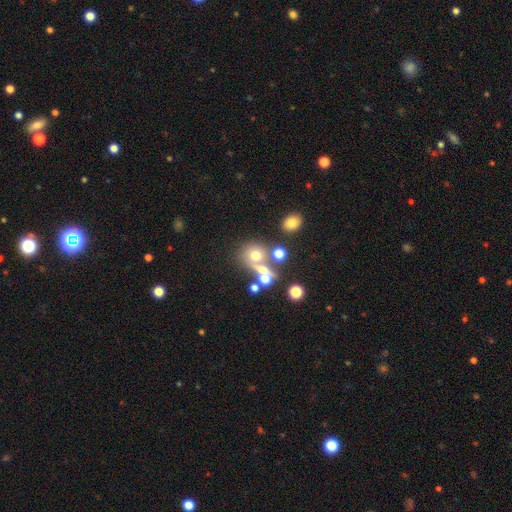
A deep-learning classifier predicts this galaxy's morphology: Smooth or featured: smooth — 59% (star or artifact — 21%)
How rounded: round — 76% (in between — 23%)
Merging: merger — 41% (tied with none — 41%)